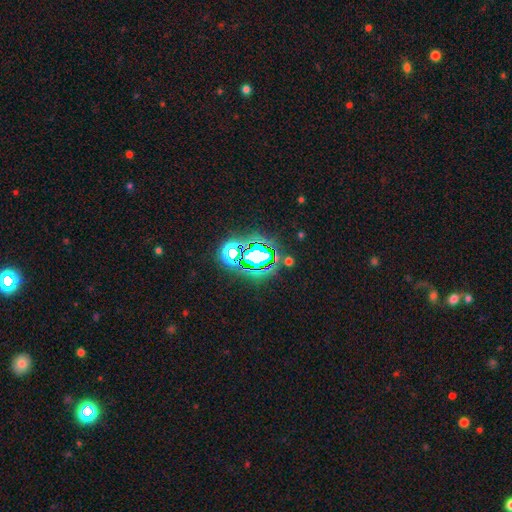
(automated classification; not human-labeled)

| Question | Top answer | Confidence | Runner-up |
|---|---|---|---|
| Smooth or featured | star or artifact | 70% | smooth (19%) |